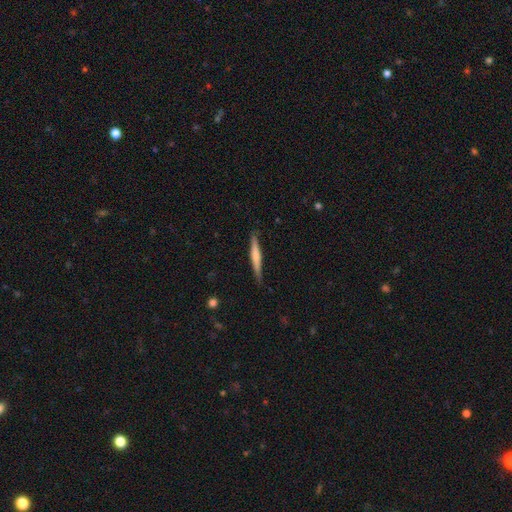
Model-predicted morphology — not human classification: A smooth galaxy with no disk features (51%) that is cigar-shaped (95%). Merging: none (86%).